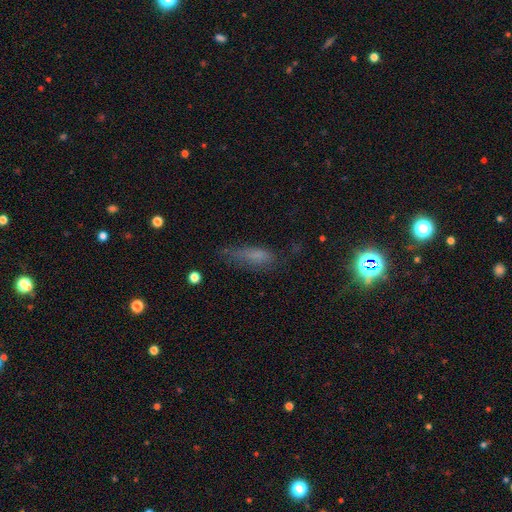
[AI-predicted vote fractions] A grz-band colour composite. It shows a smooth galaxy with no disk features (63%) that is cigar-shaped (51%). Merging: none (48%).